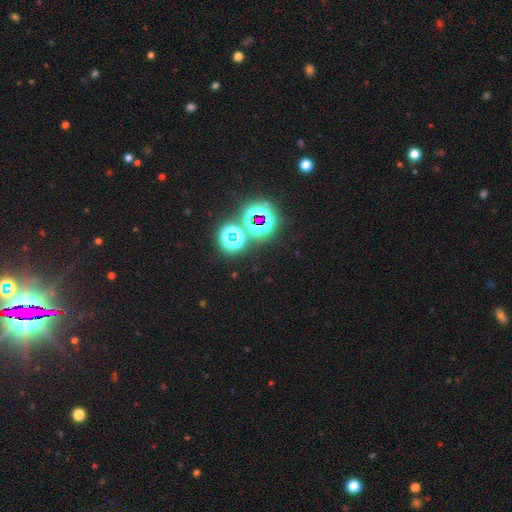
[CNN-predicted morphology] star or artifact 83%, smooth 10%, featured or disk 7%.